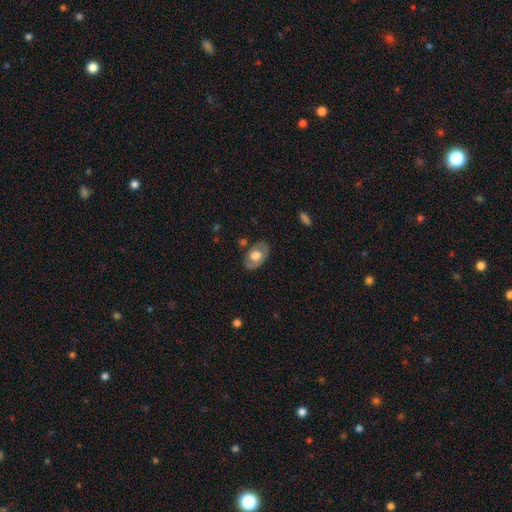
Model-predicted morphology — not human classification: type=smooth (53%); roundness=in between (87%); merging=none (78%).